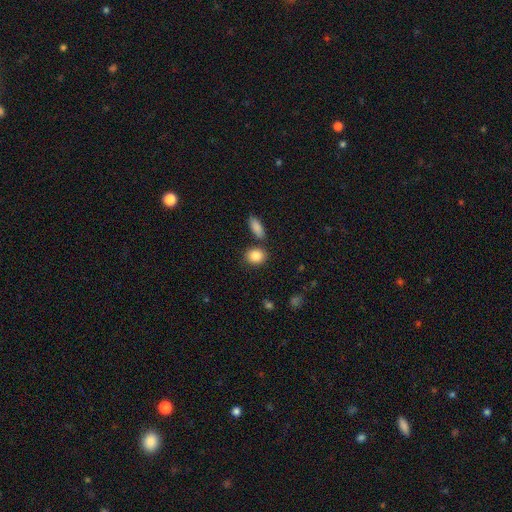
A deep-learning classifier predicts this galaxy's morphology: Smooth or featured? Predicted: smooth (p=0.87). How rounded? Predicted: in between (p=0.51). Merging? Predicted: none (p=0.74).